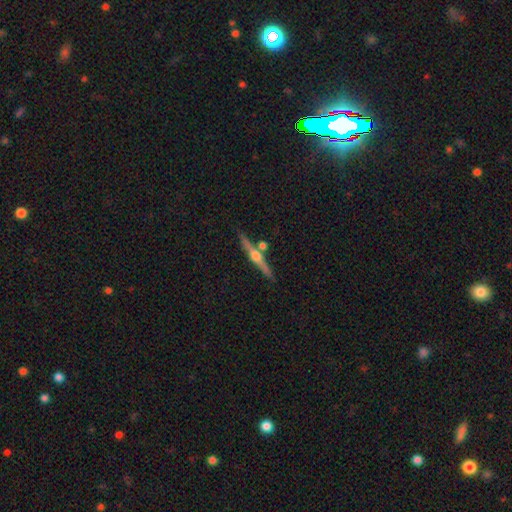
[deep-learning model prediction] Smooth or featured? Predicted: featured or disk (p=0.75). Edge-on disk? Predicted: yes (p=0.97). Edge-on bulge? Predicted: rounded (p=0.94). Merging? Predicted: none (p=0.77).